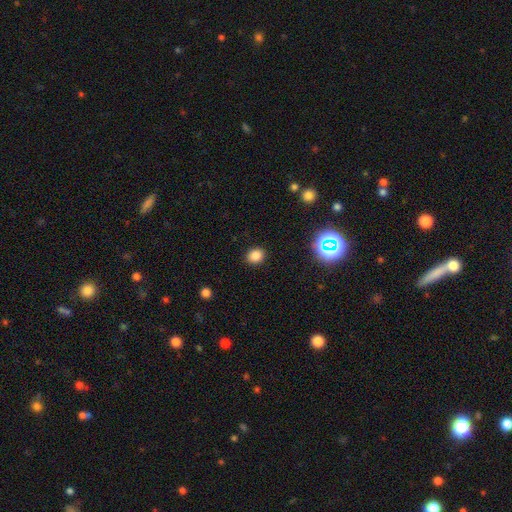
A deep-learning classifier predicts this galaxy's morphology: smooth 81%, star or artifact 14%, featured or disk 5%. Down the decision tree: how rounded — round (61%); merging — none (89%).